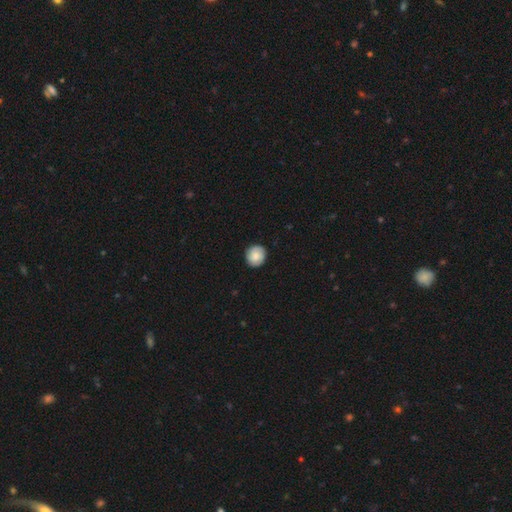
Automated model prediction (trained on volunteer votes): smooth-or-featured: smooth: 75% | featured or disk: 18% | star or artifact: 7%
  how-rounded: round: 88% | in between: 11% | cigar-shaped: 1%
  merging: none: 88% | minor disturbance: 9% | major disturbance: 2% | merger: 1%